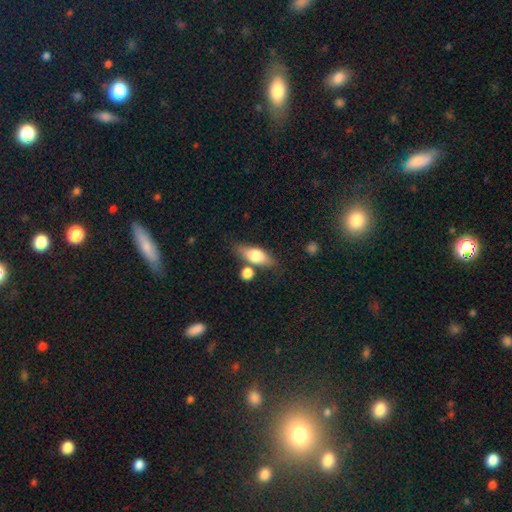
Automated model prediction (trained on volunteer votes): Smooth or featured? smooth (67%)
How rounded? in between (68%)
Merging? none (68%)